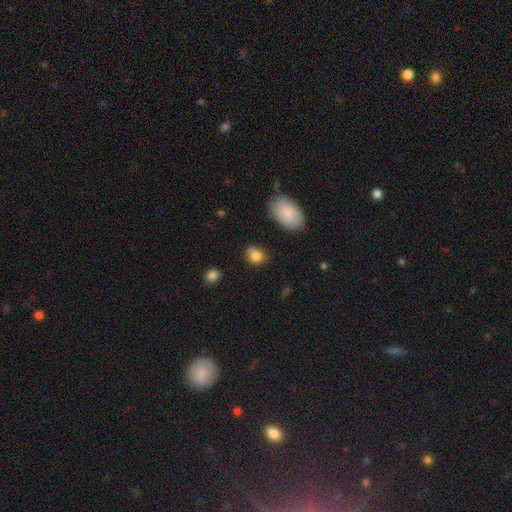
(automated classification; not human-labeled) A smooth galaxy with no disk features (82%) that is in between round and cigar-shaped (51%).

Vote fractions:
- Smooth or featured? smooth: 82% / star or artifact: 10% / featured or disk: 8%
- How rounded? in between: 51% / round: 47% / cigar-shaped: 1%
- Merging? none: 63% / minor disturbance: 24% / major disturbance: 7% / merger: 6%